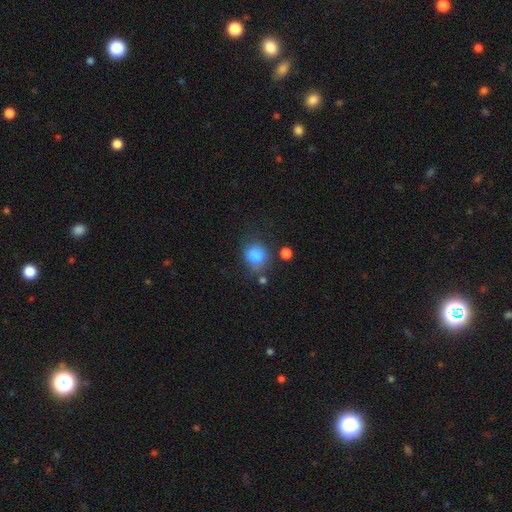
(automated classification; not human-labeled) Smooth or featured?
  - smooth: 82% *
  - star or artifact: 10%
  - featured or disk: 9%
How rounded?
  - round: 61% *
  - in between: 38%
  - cigar-shaped: 1%
Merging?
  - none: 59% *
  - minor disturbance: 23%
  - major disturbance: 10%
  - merger: 8%